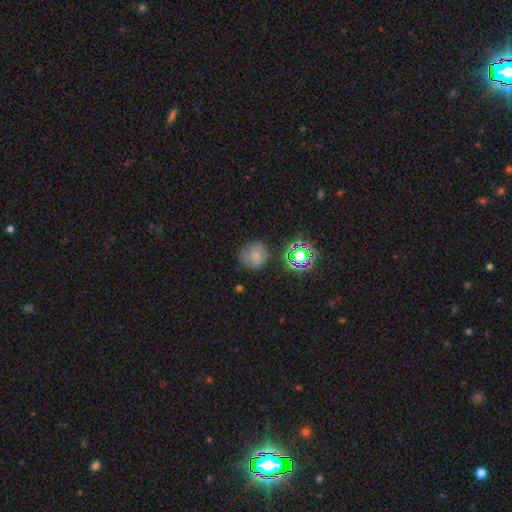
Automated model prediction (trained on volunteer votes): Q: Smooth or featured?
A: smooth (67%); runner-up: star or artifact (19%)
Q: How rounded?
A: round (89%); runner-up: in between (10%)
Q: Merging?
A: none (72%); runner-up: minor disturbance (18%)